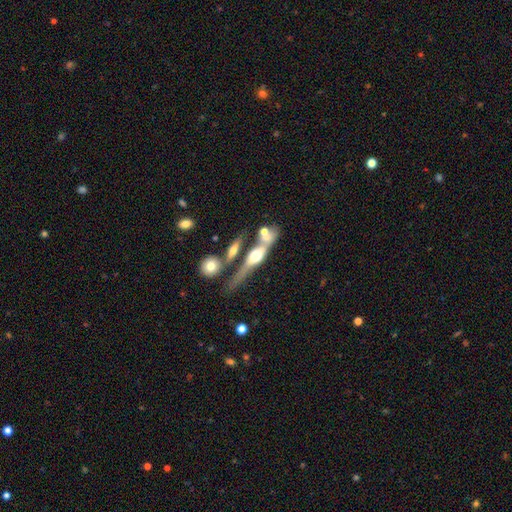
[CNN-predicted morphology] smooth_or_featured: featured or disk (p=0.62) [alt: smooth p=0.31]
disk_edge_on: yes (p=0.83) [alt: no p=0.17]
edge_on_bulge: rounded (p=0.91) [alt: boxy p=0.06]
merging: none (p=0.39) [alt: merger p=0.37]